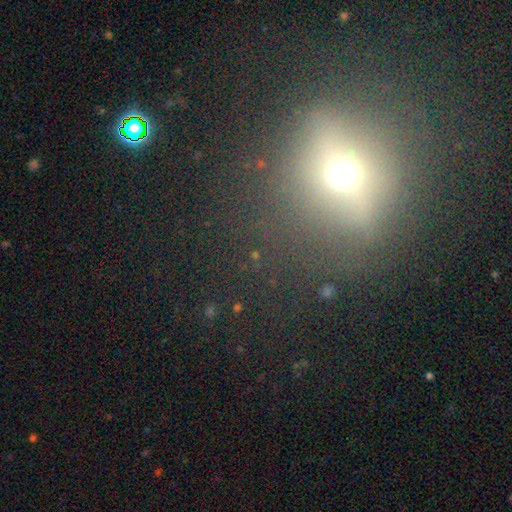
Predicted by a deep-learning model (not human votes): smooth-or-featured: star or artifact: 40% | smooth: 37% | featured or disk: 24%